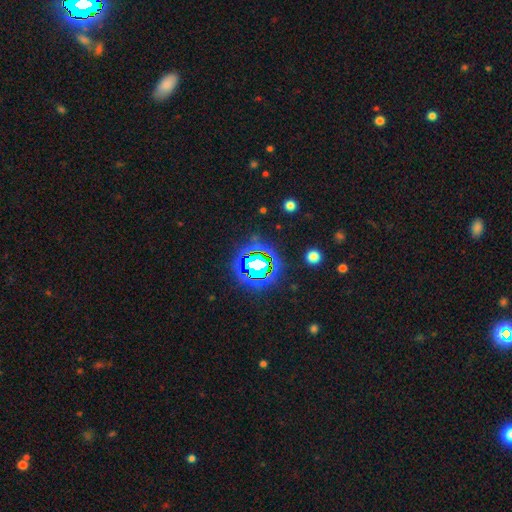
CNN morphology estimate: Smooth or featured?
  - star or artifact: 81% *
  - smooth: 12%
  - featured or disk: 7%